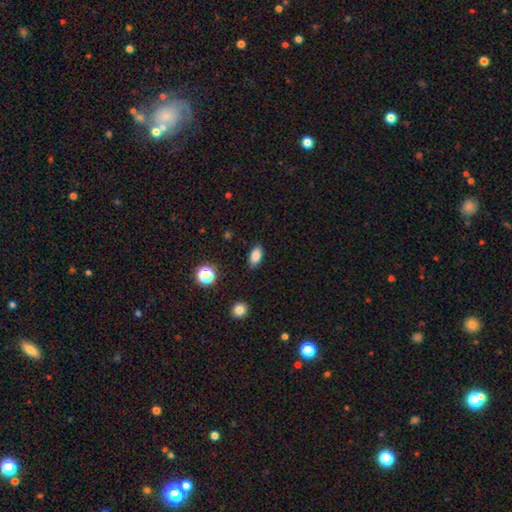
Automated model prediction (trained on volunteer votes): Overall: smooth (85%). How rounded: in between (89%). Merging: none (86%).